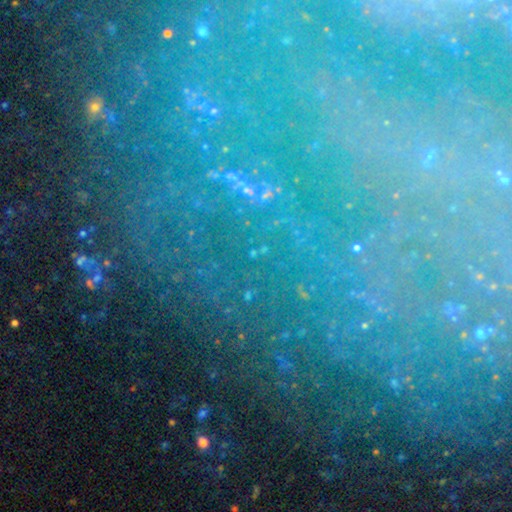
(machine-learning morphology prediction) Overall: star or artifact (67%).